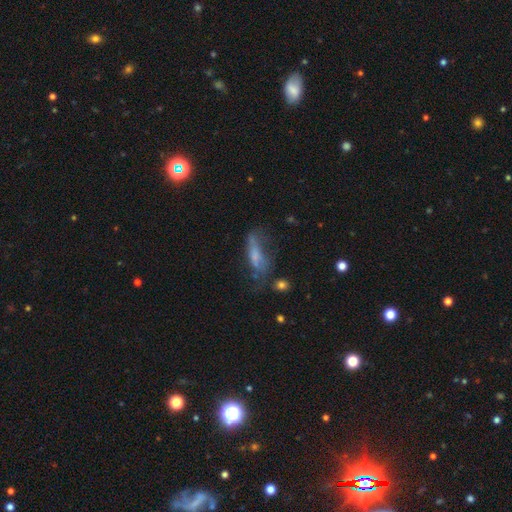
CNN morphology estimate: The model was most divided on "merging": none: 36%, major disturbance: 32%, minor disturbance: 26%, merger: 6%. Remaining: smooth or featured — smooth (49%).